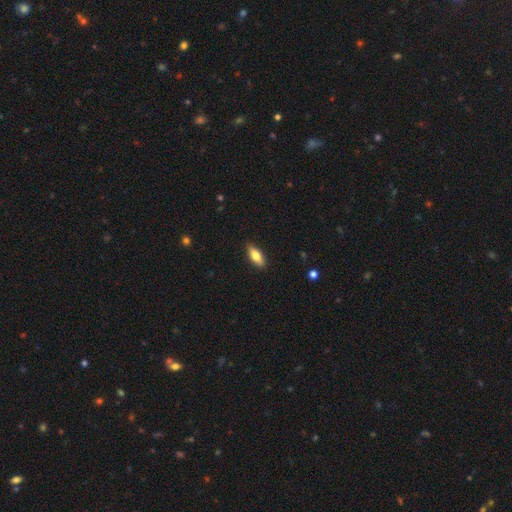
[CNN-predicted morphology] Smooth or featured: smooth — 74% (featured or disk — 20%)
How rounded: in between — 75% (cigar-shaped — 22%)
Merging: none — 88% (minor disturbance — 10%)